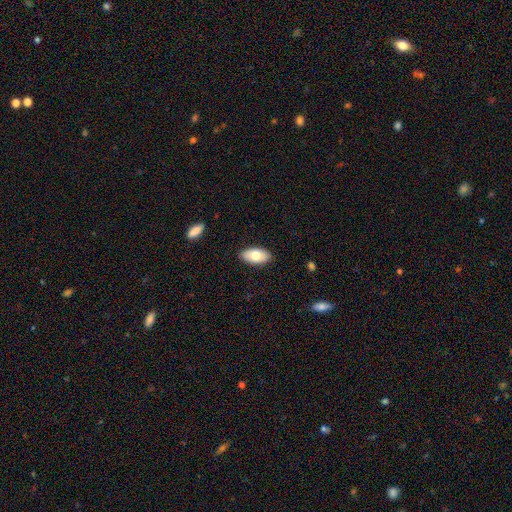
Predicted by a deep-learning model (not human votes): Smooth or featured?
  - smooth: 75% *
  - featured or disk: 19%
  - star or artifact: 6%
How rounded?
  - in between: 94% *
  - cigar-shaped: 3%
  - round: 3%
Merging?
  - none: 87% *
  - minor disturbance: 10%
  - major disturbance: 2%
  - merger: 1%